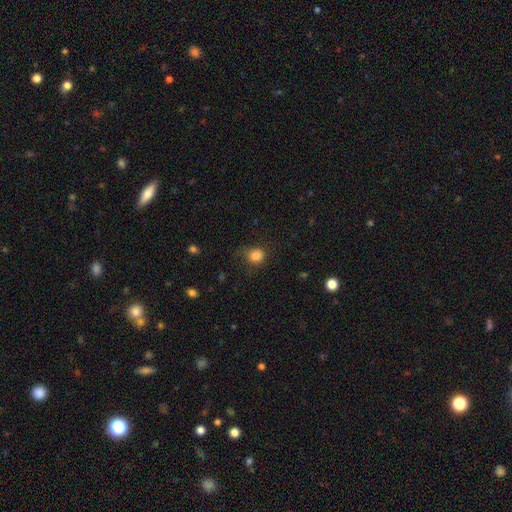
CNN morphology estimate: Smooth or featured?
  - smooth: 85% *
  - star or artifact: 11%
  - featured or disk: 4%
How rounded?
  - round: 72% *
  - in between: 28%
  - cigar-shaped: 1%
Merging?
  - none: 69% *
  - minor disturbance: 22%
  - major disturbance: 8%
  - merger: 1%